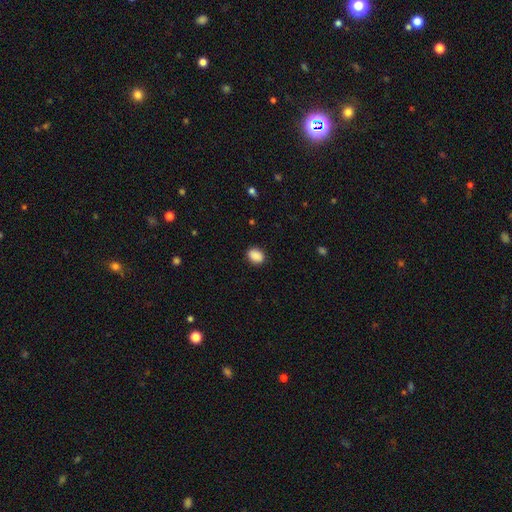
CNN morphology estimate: Overall: smooth (89%). How rounded: in between (66%; round 33%). Merging: none (88%).